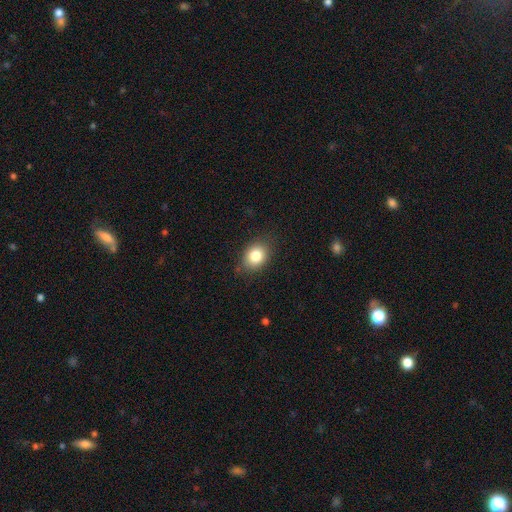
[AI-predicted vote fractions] Smooth or featured? Predicted: smooth (p=0.82). How rounded? Predicted: in between (p=0.57). Merging? Predicted: none (p=0.82).